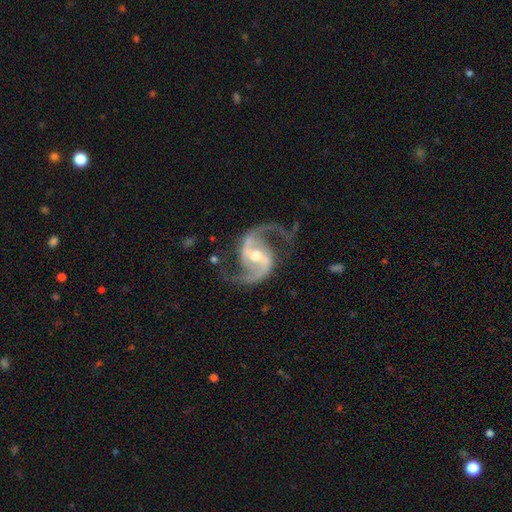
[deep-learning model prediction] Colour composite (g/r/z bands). It shows a featured or disk galaxy (94%) with a weak bar (45%), 2 (94%) medium (55%) spiral arms (99%) and a moderate central bulge (64%). Merging: none (77%).